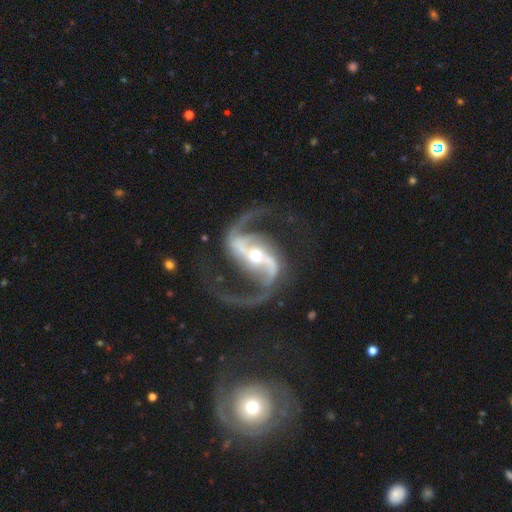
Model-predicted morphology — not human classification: Overall: featured or disk (94%). Edge-on disk: no (98%). Bar: strong (59%; weak 24%). Spiral arms: yes (99%). Spiral arm count: 2 (94%). Spiral winding: medium (52%; loose 39%). Bulge size: moderate (55%; small 39%). Merging: none (77%).